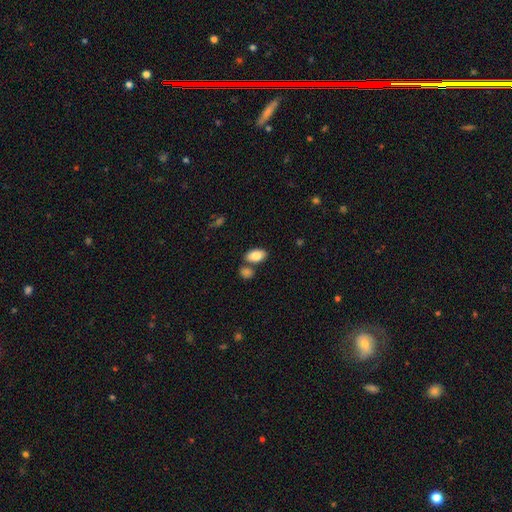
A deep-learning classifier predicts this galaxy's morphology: Overall: smooth (85%). How rounded: in between (92%). Merging: none (66%).